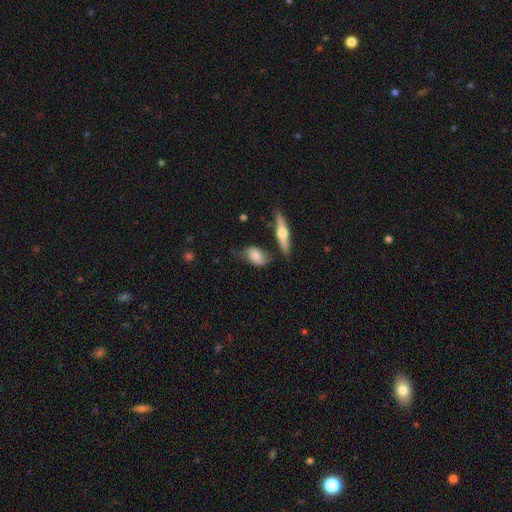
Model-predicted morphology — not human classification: smooth-or-featured: smooth: 69% | featured or disk: 24% | star or artifact: 7%
  how-rounded: in between: 85% | round: 8% | cigar-shaped: 7%
  merging: none: 58% | minor disturbance: 26% | merger: 8% | major disturbance: 7%